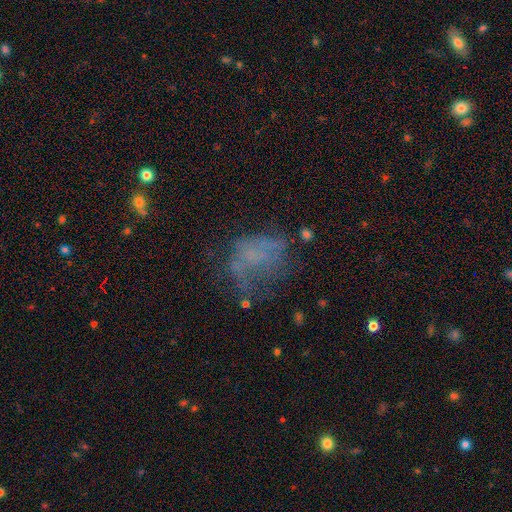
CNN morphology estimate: smooth_or_featured: featured or disk (p=0.40) [alt: smooth p=0.38]
merging: major disturbance (p=0.37) [alt: none p=0.36]